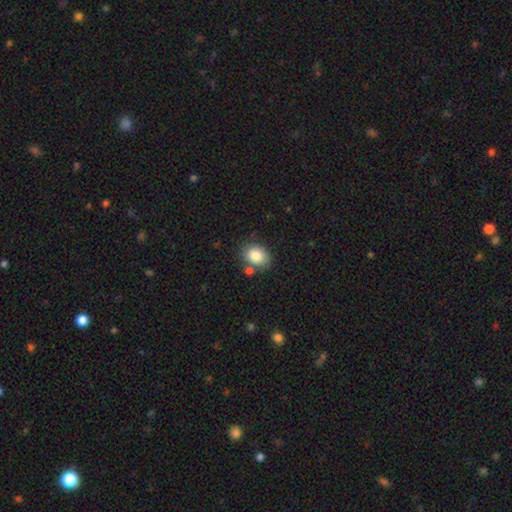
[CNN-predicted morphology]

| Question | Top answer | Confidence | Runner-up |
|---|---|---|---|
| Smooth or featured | smooth | 83% | featured or disk (9%) |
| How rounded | in between | 62% | round (37%) |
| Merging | none | 71% | minor disturbance (15%) |